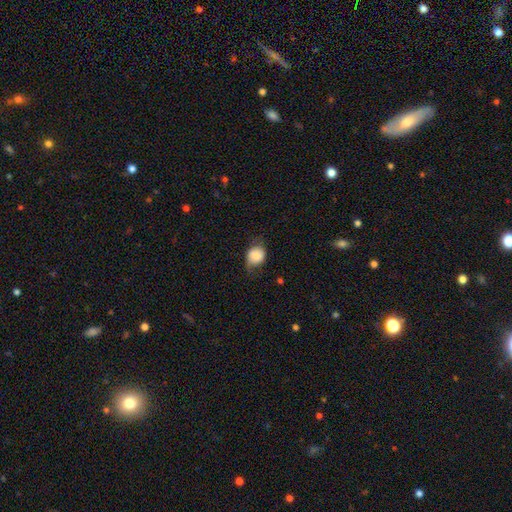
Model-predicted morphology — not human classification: Smooth or featured? smooth (75%)
How rounded? round (54%)
Merging? none (56%)